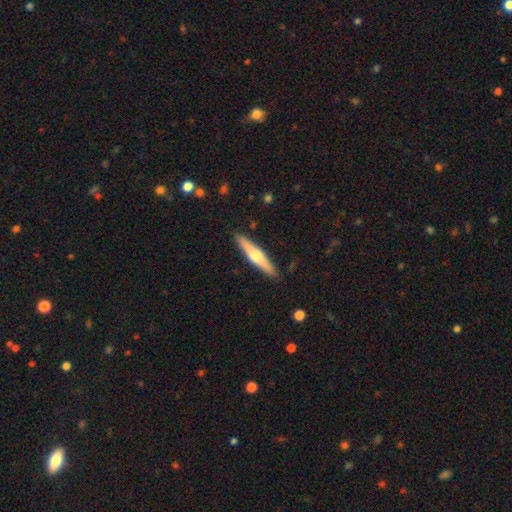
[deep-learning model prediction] Smooth or featured? Predicted: featured or disk (p=0.55). Edge-on disk? Predicted: yes (p=0.96). Edge-on bulge? Predicted: rounded (p=0.90). Merging? Predicted: none (p=0.90).